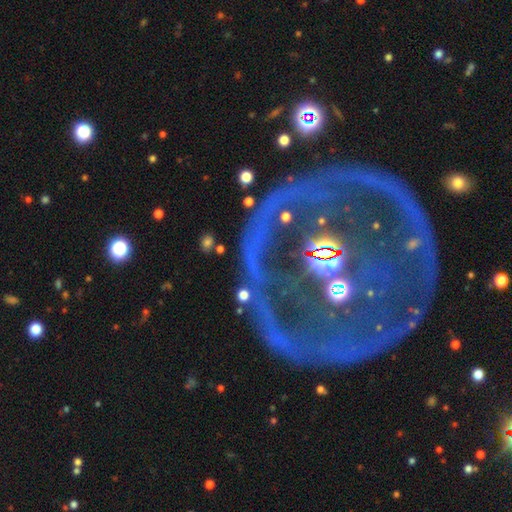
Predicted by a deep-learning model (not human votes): Smooth or featured?
  - featured or disk: 46% *
  - star or artifact: 37%
  - smooth: 17%
Merging?
  - none: 79% *
  - minor disturbance: 10%
  - major disturbance: 7%
  - merger: 4%